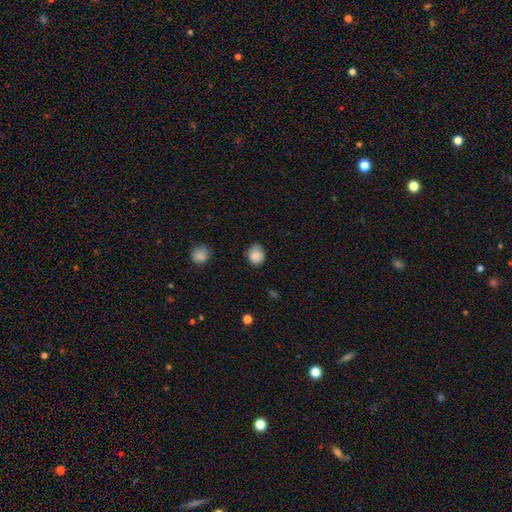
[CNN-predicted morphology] Smooth or featured? smooth (86%)
How rounded? round (71%)
Merging? none (73%)